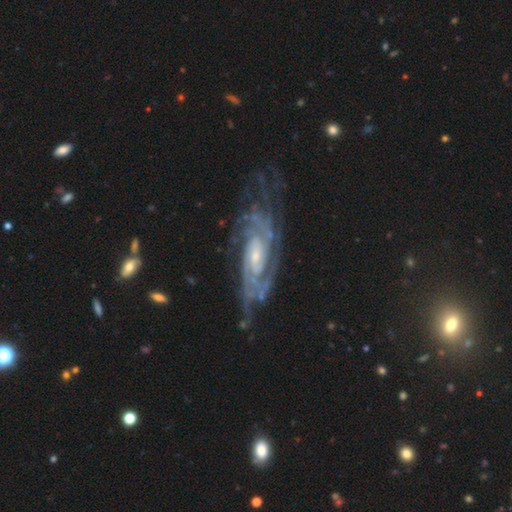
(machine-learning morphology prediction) Overall: featured or disk (89%). Edge-on disk: no (92%). Bar: no (56%; weak 33%). Spiral arms: yes (97%). Spiral arm count: can't tell (30%; 2 28%). Spiral winding: tight (68%). Bulge size: small (64%; moderate 29%). Merging: none (68%).